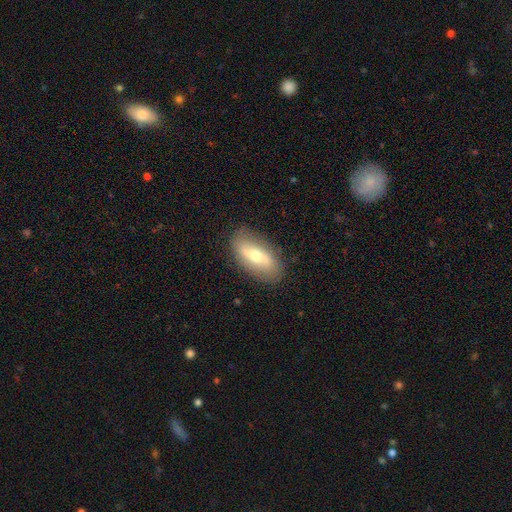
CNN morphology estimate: Overall: smooth (47%; featured or disk 46%). Merging: none (84%).